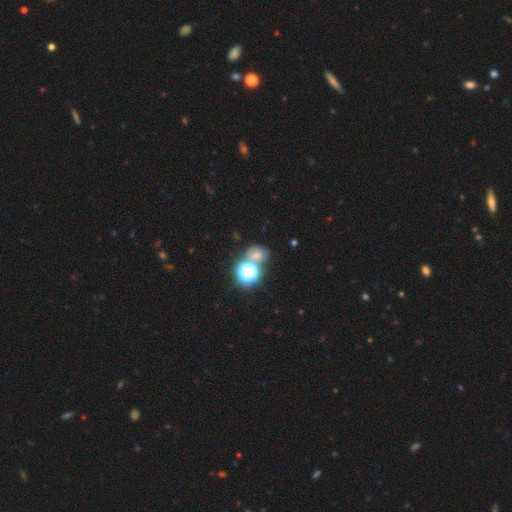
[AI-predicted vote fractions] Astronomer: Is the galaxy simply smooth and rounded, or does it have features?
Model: smooth — 43% (runner-up: star or artifact, 41%).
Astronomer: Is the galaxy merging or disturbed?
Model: none — 55%.